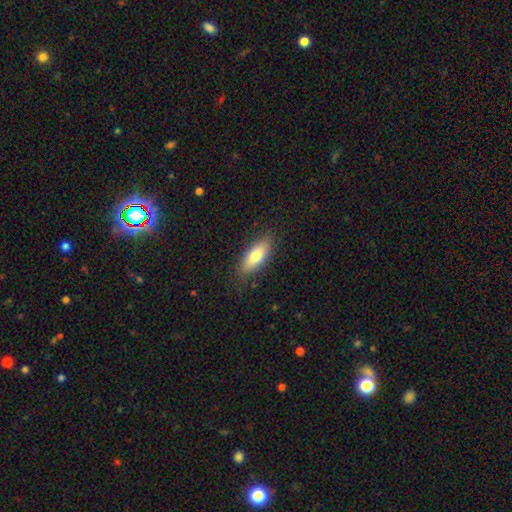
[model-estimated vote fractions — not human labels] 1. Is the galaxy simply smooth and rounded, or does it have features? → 74% smooth, 20% featured or disk, 6% star or artifact.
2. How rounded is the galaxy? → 69% in between, 28% cigar-shaped, 2% round.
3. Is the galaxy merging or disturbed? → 85% none, 12% minor disturbance, 3% major disturbance, 1% merger.